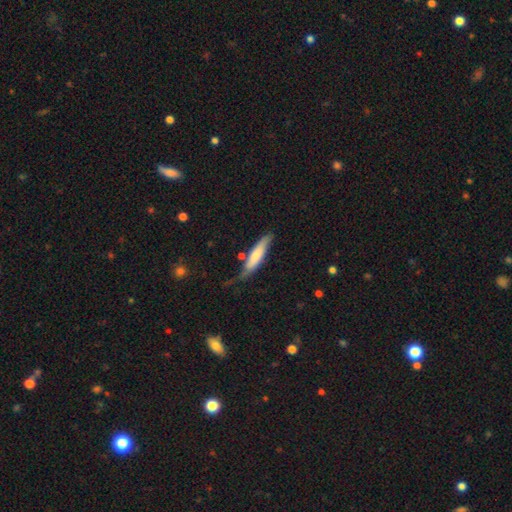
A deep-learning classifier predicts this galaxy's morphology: The model was most divided on "merging": none: 48%, minor disturbance: 32%, major disturbance: 13%, merger: 6%. More confident: how rounded — cigar-shaped (76%); smooth or featured — smooth (66%).